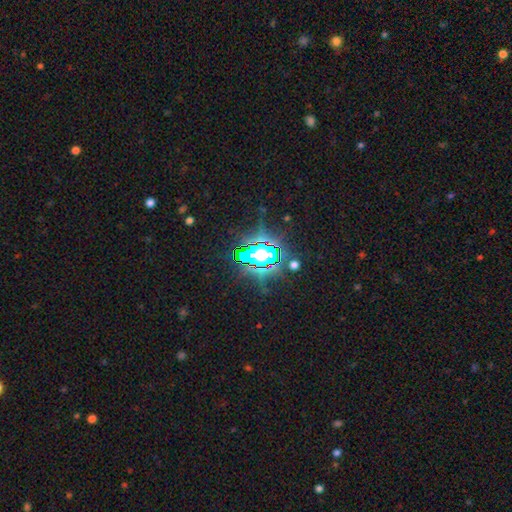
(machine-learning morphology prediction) Q: Smooth or featured?
A: star or artifact (79%); runner-up: smooth (12%)